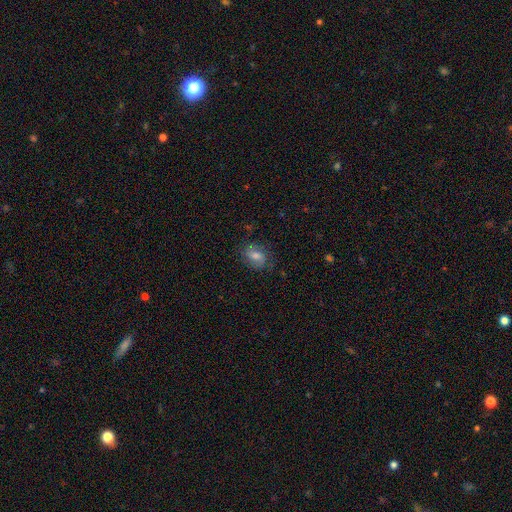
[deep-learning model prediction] Smooth or featured?
  - featured or disk: 48% *
  - smooth: 39%
  - star or artifact: 13%
Merging?
  - none: 77% *
  - minor disturbance: 16%
  - major disturbance: 6%
  - merger: 1%